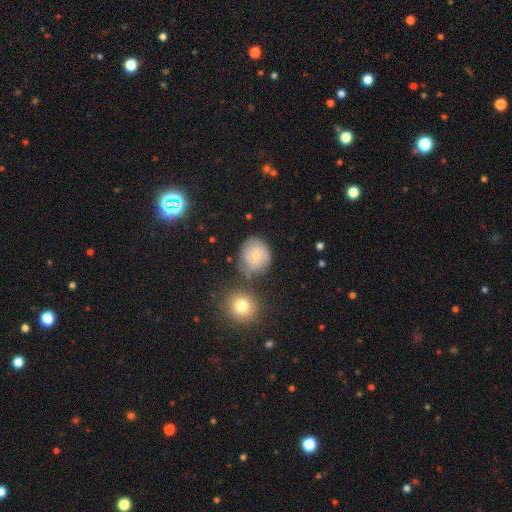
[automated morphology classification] Smooth or featured: smooth — 64% (featured or disk — 27%)
How rounded: round — 82% (in between — 18%)
Merging: none — 60% (minor disturbance — 22%)